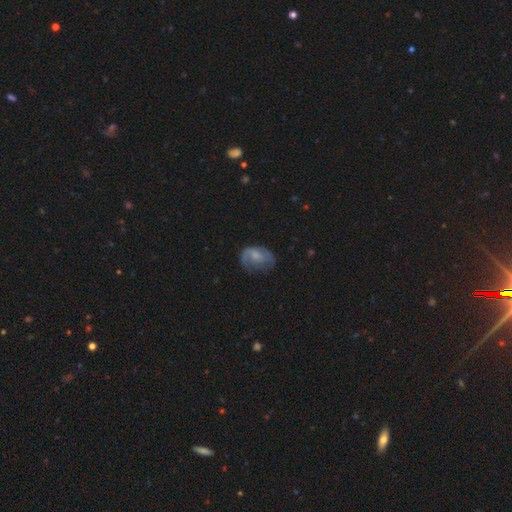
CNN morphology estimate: type=featured or disk (51%); edge-on=no (97%); merging=none (46%).